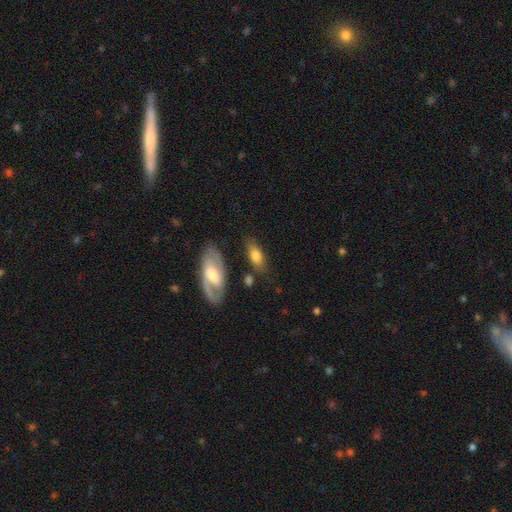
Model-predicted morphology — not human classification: A smooth galaxy with no disk features (69%) that is in between round and cigar-shaped (82%).

Vote fractions:
- Smooth or featured? smooth: 69% / featured or disk: 24% / star or artifact: 7%
- How rounded? in between: 82% / cigar-shaped: 13% / round: 5%
- Merging? none: 70% / minor disturbance: 18% / merger: 6% / major disturbance: 6%